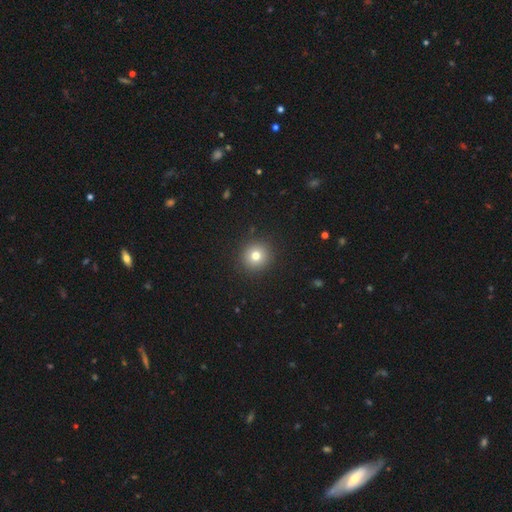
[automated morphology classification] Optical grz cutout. It shows a smooth galaxy with no disk features (77%) that is round (94%). Merging: none (92%).